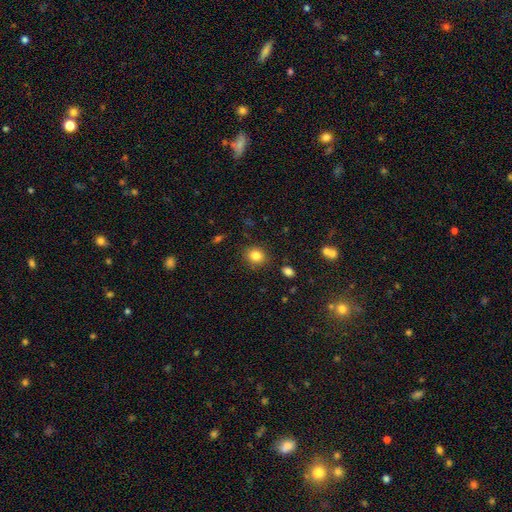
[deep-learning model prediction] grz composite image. It shows a smooth galaxy with no disk features (84%) that is round (70%). Merging: none (86%).